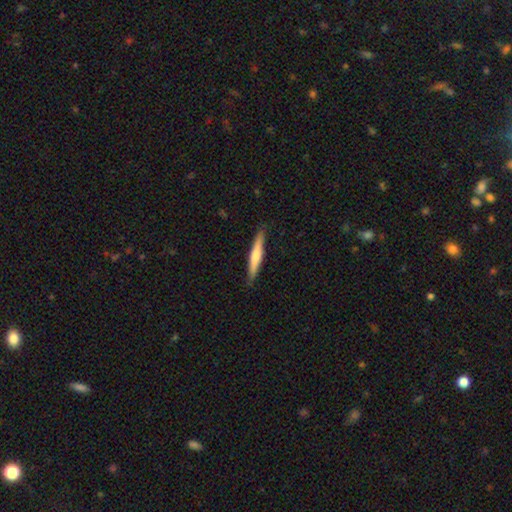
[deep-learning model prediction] Q: Smooth or featured?
A: smooth (58%); runner-up: featured or disk (37%)
Q: How rounded?
A: cigar-shaped (93%); runner-up: in between (6%)
Q: Merging?
A: none (89%); runner-up: minor disturbance (9%)